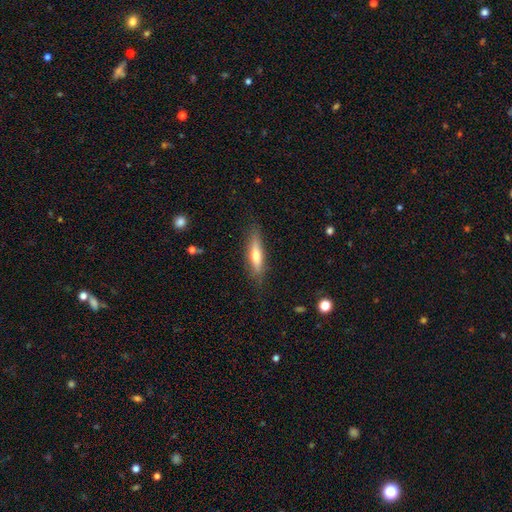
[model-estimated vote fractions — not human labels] Smooth or featured? smooth (53%)
How rounded? cigar-shaped (74%)
Merging? none (82%)